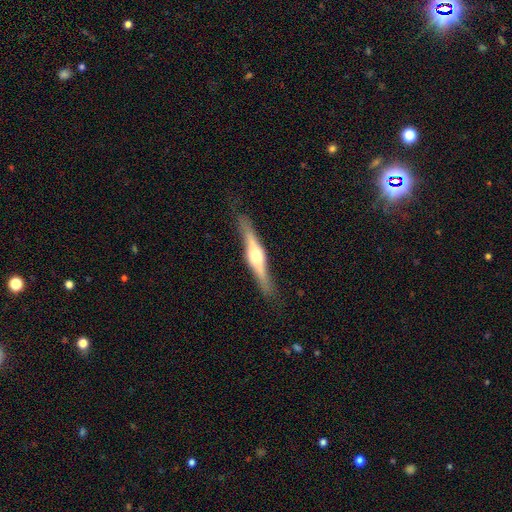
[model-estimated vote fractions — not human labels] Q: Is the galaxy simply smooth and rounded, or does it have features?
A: featured or disk — 74%.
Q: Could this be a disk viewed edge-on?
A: yes — 96%.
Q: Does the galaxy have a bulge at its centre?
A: rounded — 87%.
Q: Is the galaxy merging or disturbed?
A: none — 85%.